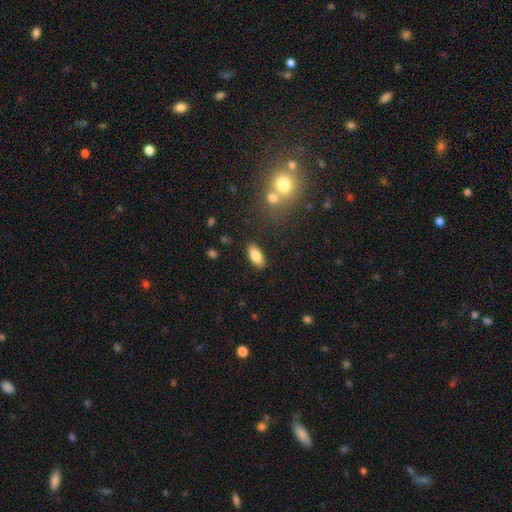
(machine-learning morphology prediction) smooth 83%, featured or disk 9%, star or artifact 8%. Down the decision tree: how rounded — in between (86%); merging — none (87%).